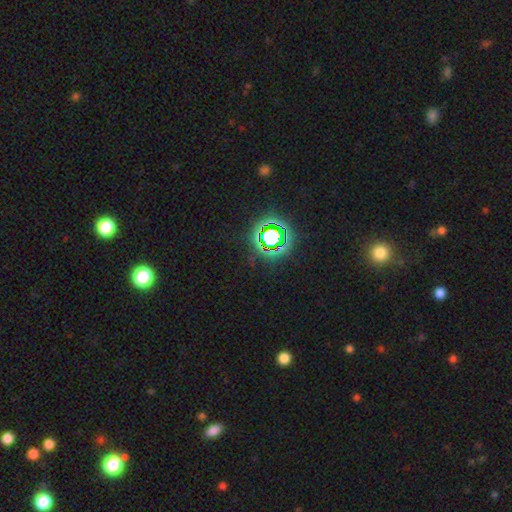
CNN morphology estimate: star or artifact 75%, smooth 17%, featured or disk 8%.